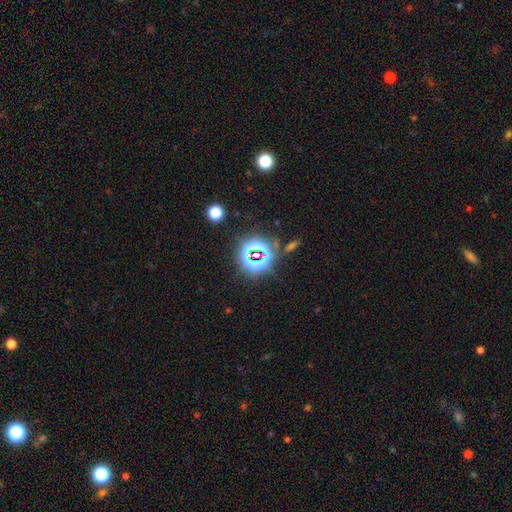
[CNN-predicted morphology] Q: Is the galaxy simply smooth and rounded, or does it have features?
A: star or artifact — 73%.